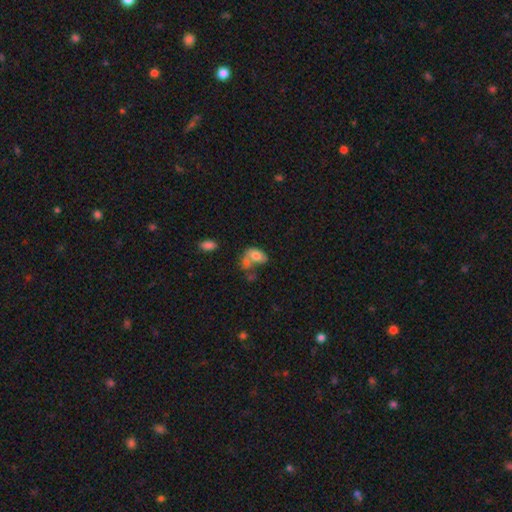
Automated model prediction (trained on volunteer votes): smooth 72%, featured or disk 19%, star or artifact 9%. Down the decision tree: how rounded — in between (88%); merging — merger (48%).